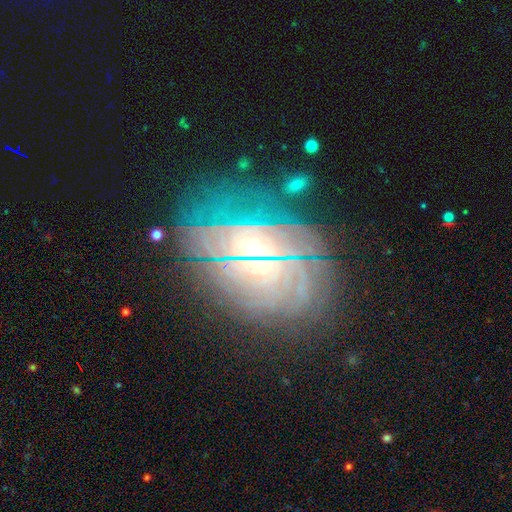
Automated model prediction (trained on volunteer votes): Smooth or featured?
  - featured or disk: 67% *
  - star or artifact: 21%
  - smooth: 12%
Edge-on disk?
  - no: 88% *
  - yes: 12%
Bar?
  - no: 52% *
  - weak: 26%
  - strong: 22%
Spiral arms?
  - yes: 81% *
  - no: 19%
Bulge size?
  - moderate: 44% *
  - small: 34%
  - large: 14%
  - dominant: 4%
  - none: 4%
Merging?
  - none: 70% *
  - minor disturbance: 15%
  - major disturbance: 10%
  - merger: 4%